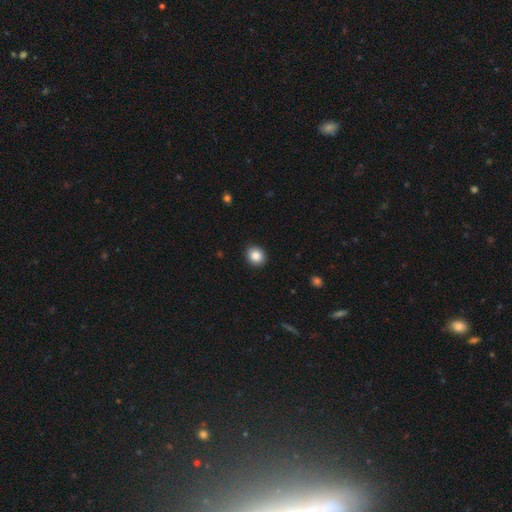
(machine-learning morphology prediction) The model was most divided on "how rounded": round: 70%, in between: 29%, cigar-shaped: 1%. More confident: merging — none (91%); smooth or featured — smooth (87%).